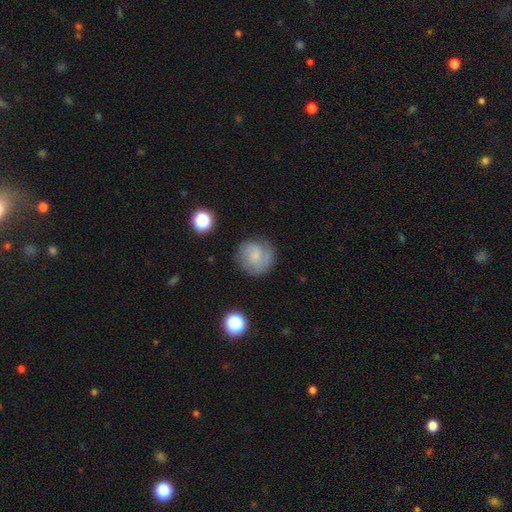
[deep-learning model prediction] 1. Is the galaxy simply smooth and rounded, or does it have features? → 62% featured or disk, 30% smooth, 8% star or artifact.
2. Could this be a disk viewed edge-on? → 98% no, 2% yes.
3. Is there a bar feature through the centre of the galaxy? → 57% no, 38% weak, 5% strong.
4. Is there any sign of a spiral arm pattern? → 92% yes, 8% no.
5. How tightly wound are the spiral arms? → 43% tight, 41% medium, 16% loose.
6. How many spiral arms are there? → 51% 2, 19% can't tell, 14% 1, 10% 3, 3% 4, 3% more than 4.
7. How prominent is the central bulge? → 44% small, 28% none, 23% moderate, 4% large, 1% dominant.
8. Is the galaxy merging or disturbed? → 74% none, 16% minor disturbance, 8% major disturbance, 2% merger.